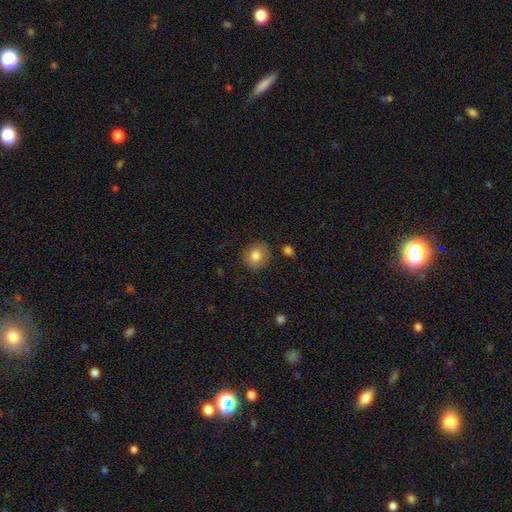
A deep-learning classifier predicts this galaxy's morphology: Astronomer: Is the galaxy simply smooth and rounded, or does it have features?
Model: smooth — 82%.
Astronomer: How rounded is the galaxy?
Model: round — 80%.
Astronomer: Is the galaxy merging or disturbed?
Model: none — 85%.